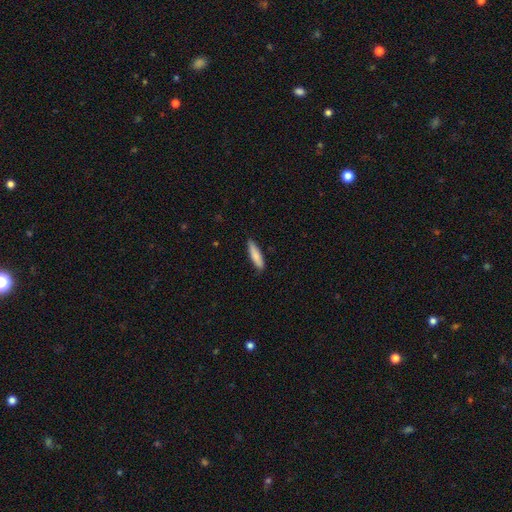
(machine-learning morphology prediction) This appears to be a smooth galaxy with no disk features (82%) that is cigar-shaped (77%). Merging: none (84%).